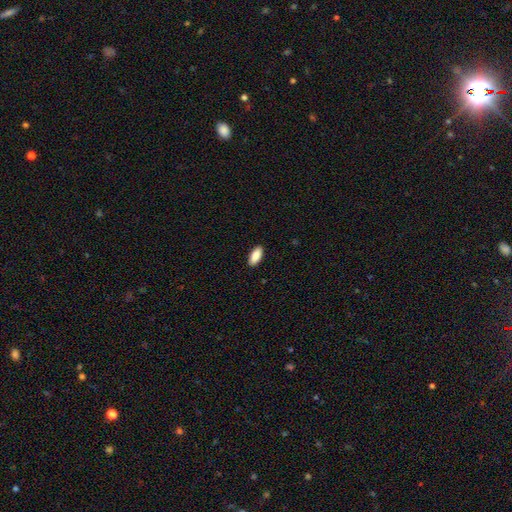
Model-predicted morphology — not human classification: smooth_or_featured: smooth (p=0.89) [alt: star or artifact p=0.06]
how_rounded: in between (p=0.86) [alt: cigar-shaped p=0.12]
merging: none (p=0.90) [alt: minor disturbance p=0.08]